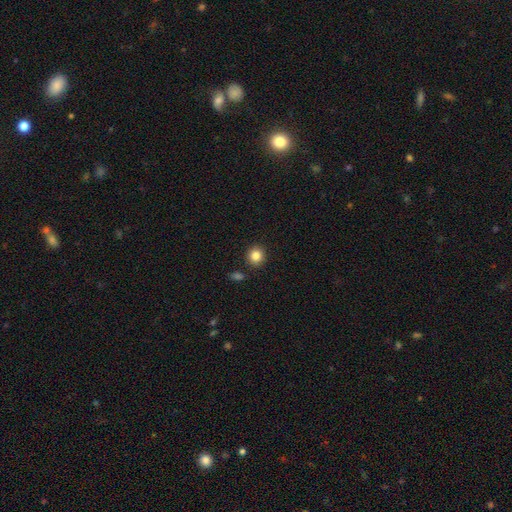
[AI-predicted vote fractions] Smooth or featured?
  - smooth: 85% *
  - star or artifact: 10%
  - featured or disk: 5%
How rounded?
  - round: 86% *
  - in between: 13%
  - cigar-shaped: 1%
Merging?
  - none: 88% *
  - minor disturbance: 7%
  - merger: 3%
  - major disturbance: 2%